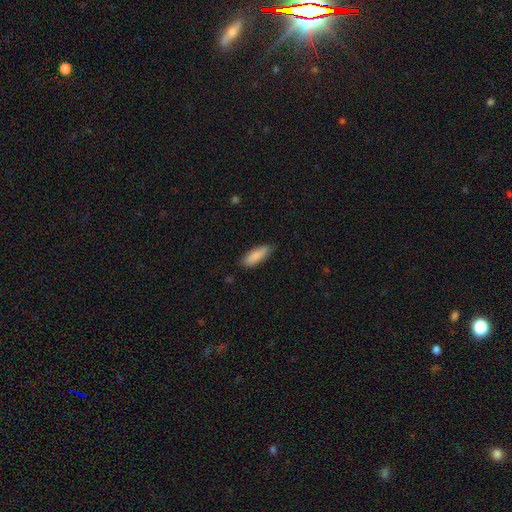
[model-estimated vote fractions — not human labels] Smooth or featured? Predicted: smooth (p=0.84). How rounded? Predicted: in between (p=0.58). Merging? Predicted: none (p=0.78).